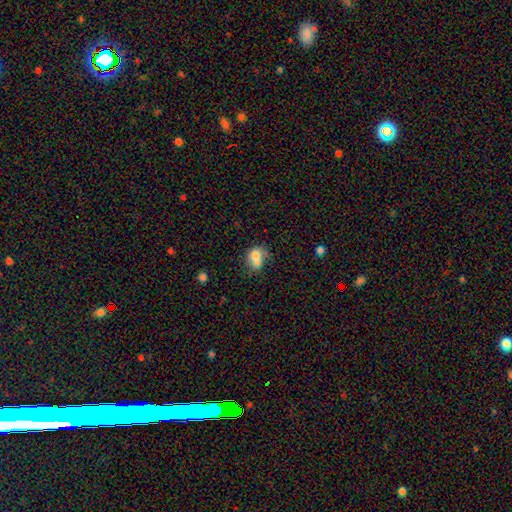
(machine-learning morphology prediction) smooth-or-featured: smooth: 70% | featured or disk: 19% | star or artifact: 11%
  how-rounded: in between: 68% | round: 30% | cigar-shaped: 2%
  merging: none: 31% | merger: 26% | minor disturbance: 24% | major disturbance: 18%